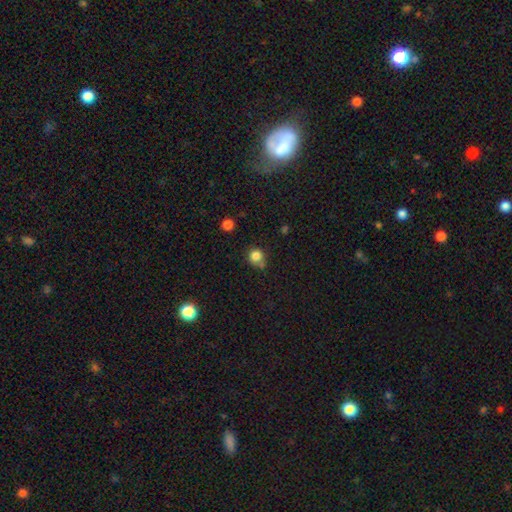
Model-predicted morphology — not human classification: A smooth galaxy with no disk features (82%) that is round (91%). Merging: none (68%).